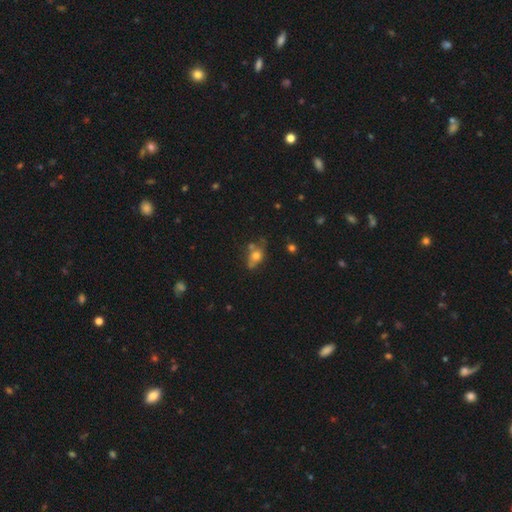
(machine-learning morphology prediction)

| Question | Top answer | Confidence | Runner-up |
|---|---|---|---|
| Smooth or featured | smooth | 64% | featured or disk (23%) |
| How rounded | in between | 62% | round (32%) |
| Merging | none | 47% | minor disturbance (23%) |